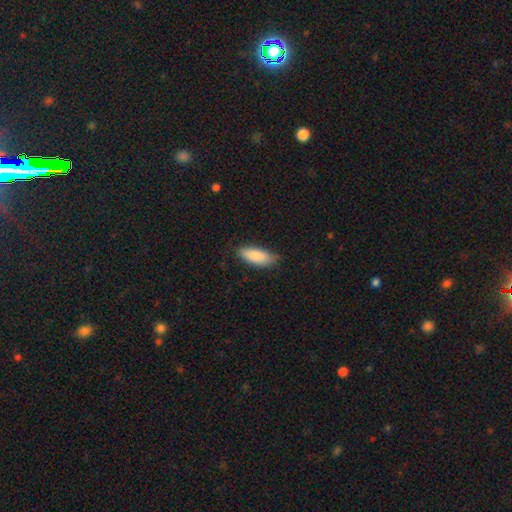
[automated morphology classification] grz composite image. It shows a smooth galaxy with no disk features (84%) that is in between round and cigar-shaped (77%). Merging: none (77%).